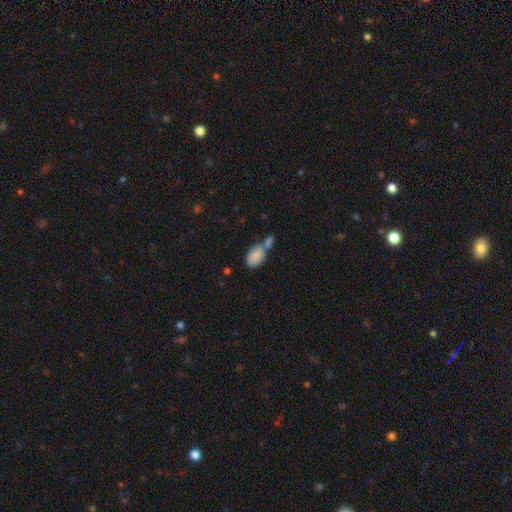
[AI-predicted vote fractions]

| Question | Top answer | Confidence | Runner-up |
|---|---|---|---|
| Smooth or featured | smooth | 86% | star or artifact (7%) |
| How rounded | in between | 91% | round (7%) |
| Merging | none | 40% | tied: merger (40%) |